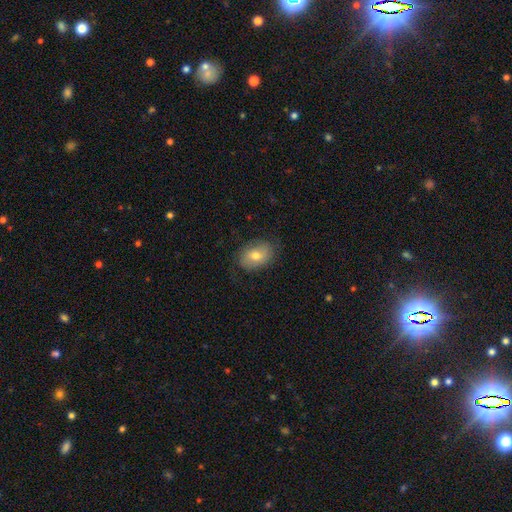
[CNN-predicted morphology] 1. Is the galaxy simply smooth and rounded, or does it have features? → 71% smooth, 21% featured or disk, 8% star or artifact.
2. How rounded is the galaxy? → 79% in between, 20% round, 1% cigar-shaped.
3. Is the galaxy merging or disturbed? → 78% none, 16% minor disturbance, 5% major disturbance, 1% merger.